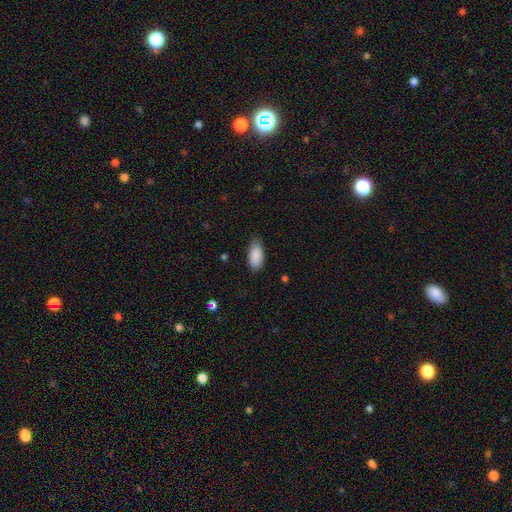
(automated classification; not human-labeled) Morphology: type=smooth (88%); roundness=in between (92%); merging=none (69%).